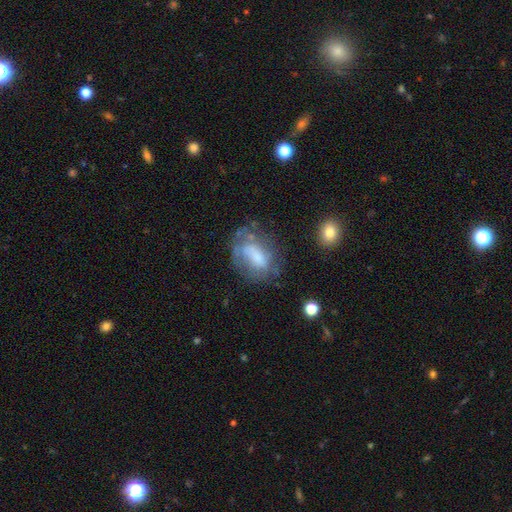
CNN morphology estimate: Smooth or featured?
  - smooth: 47% *
  - featured or disk: 42%
  - star or artifact: 11%
Merging?
  - none: 49% *
  - minor disturbance: 25%
  - major disturbance: 22%
  - merger: 5%